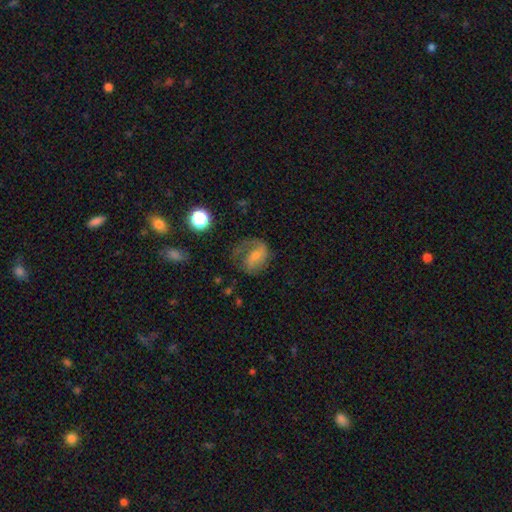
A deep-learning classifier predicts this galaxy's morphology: featured or disk 61%, smooth 28%, star or artifact 11%. Down the decision tree: edge-on disk — no (96%); bar — weak (43%); spiral arms — yes (83%); bulge size — small (54%); merging — none (50%).